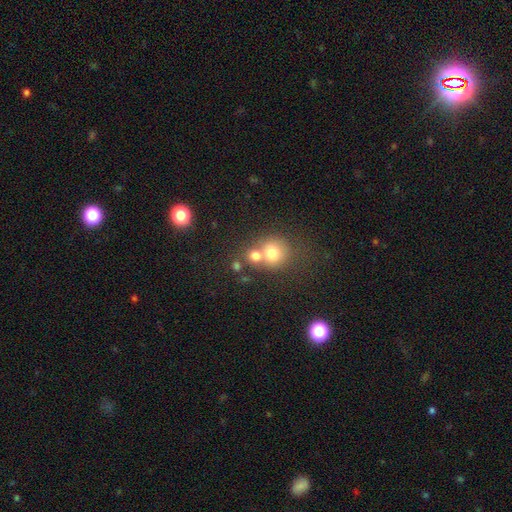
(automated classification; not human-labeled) A smooth galaxy with no disk features (73%) that is round (82%).

Vote fractions:
- Smooth or featured? smooth: 73% / featured or disk: 14% / star or artifact: 13%
- How rounded? round: 82% / in between: 17% / cigar-shaped: 1%
- Merging? merger: 50% / none: 39% / minor disturbance: 7% / major disturbance: 4%